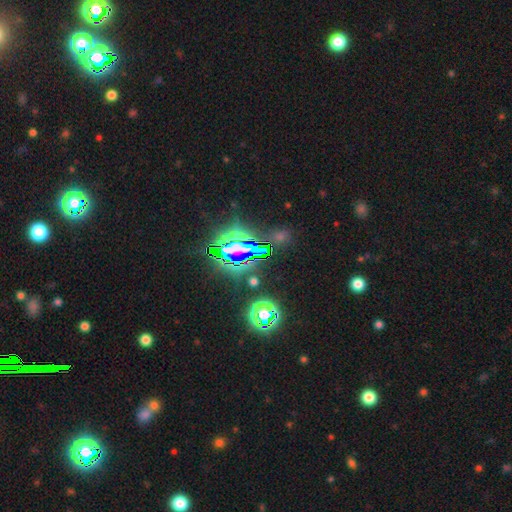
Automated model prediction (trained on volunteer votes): Q: Smooth or featured?
A: star or artifact (80%); runner-up: smooth (11%)